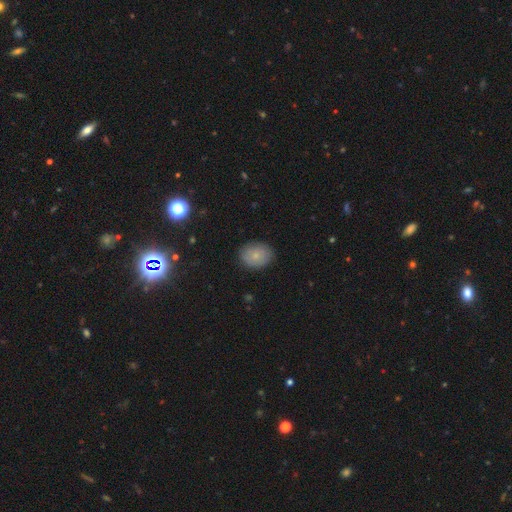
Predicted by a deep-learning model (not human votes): Smooth or featured? smooth (74%)
How rounded? in between (57%)
Merging? none (84%)